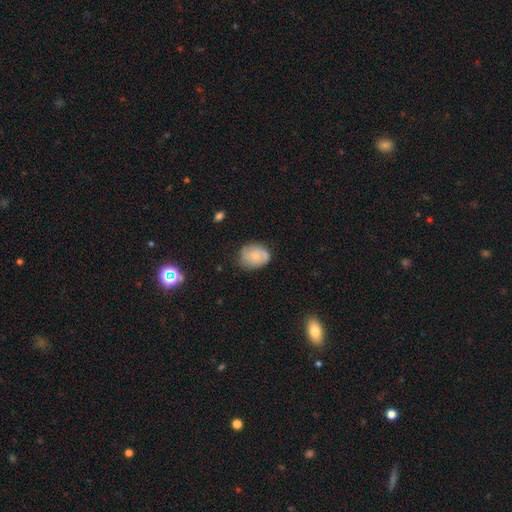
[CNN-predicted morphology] Smooth or featured? smooth (54%)
How rounded? in between (50%)
Merging? none (62%)